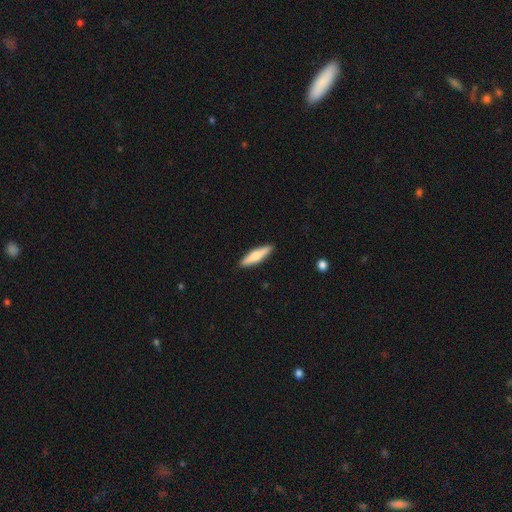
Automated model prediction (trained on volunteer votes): Smooth or featured?
  - smooth: 63% *
  - featured or disk: 32%
  - star or artifact: 5%
How rounded?
  - cigar-shaped: 78% *
  - in between: 20%
  - round: 2%
Merging?
  - none: 90% *
  - minor disturbance: 7%
  - major disturbance: 2%
  - merger: 1%